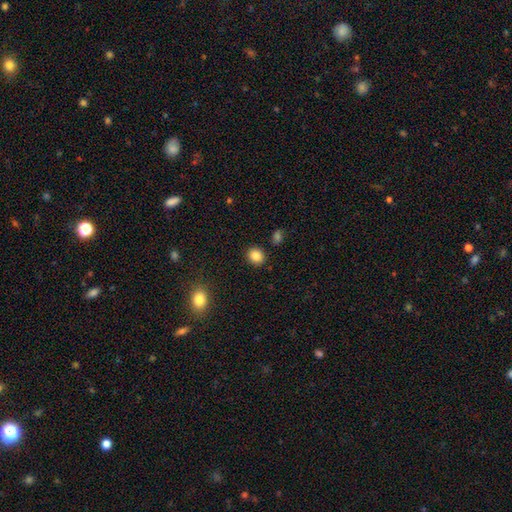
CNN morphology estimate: smooth 85%, star or artifact 10%, featured or disk 5%. Down the decision tree: how rounded — round (73%); merging — none (88%).